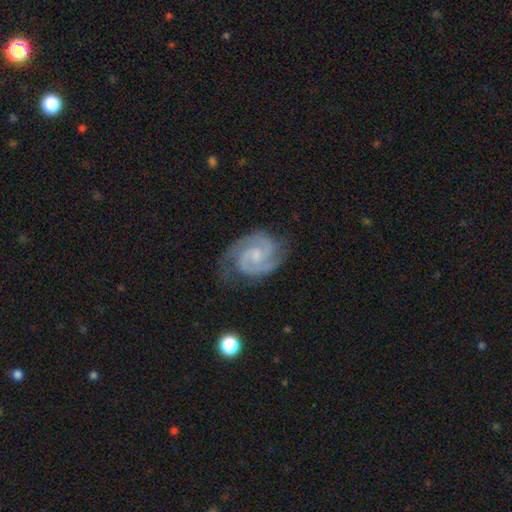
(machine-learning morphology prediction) Overall: featured or disk (91%). Edge-on disk: no (98%). Bar: no (53%; weak 39%). Spiral arms: yes (98%). Spiral arm count: 2 (87%). Spiral winding: tight (50%; medium 44%). Bulge size: small (50%; moderate 28%). Merging: none (74%).